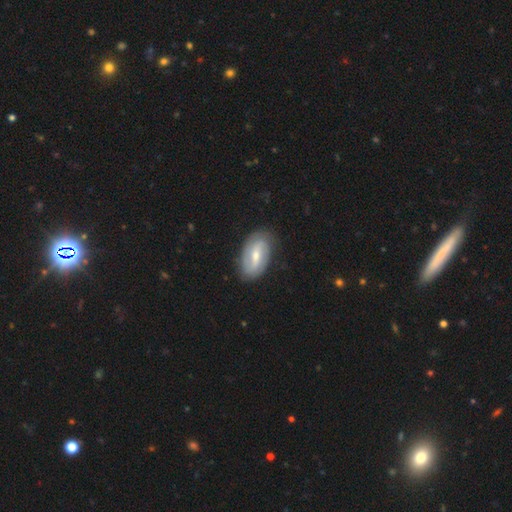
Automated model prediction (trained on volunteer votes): featured or disk 62%, smooth 32%, star or artifact 6%. Down the decision tree: edge-on disk — no (93%); bar — weak (49%); spiral arms — yes (80%); bulge size — moderate (53%); merging — none (81%).